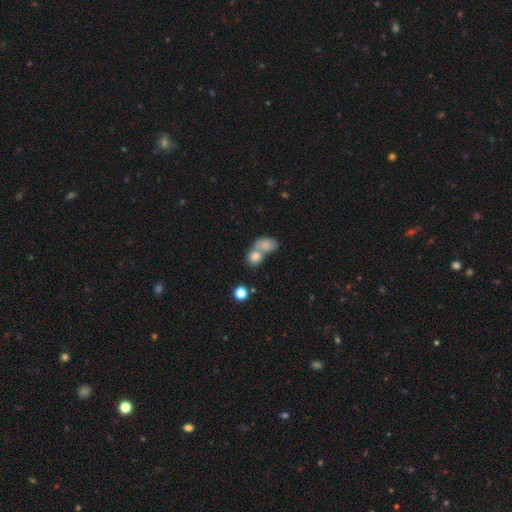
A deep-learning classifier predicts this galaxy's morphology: This is likely a smooth galaxy (76%). How rounded: possibly round (56%). Merging: possibly merger (58%).